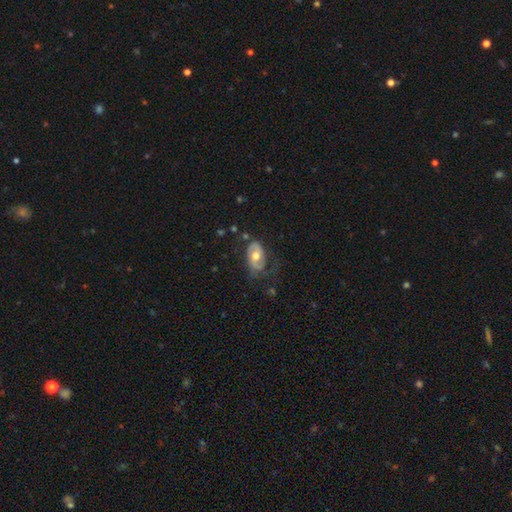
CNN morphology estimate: A featured or disk galaxy (61%) with no bar (71%), spiral arms (65%) and a moderate central bulge (77%).

Vote fractions:
- Smooth or featured? featured or disk: 61% / smooth: 33% / star or artifact: 6%
- Edge-on disk? no: 93% / yes: 7%
- Bar? no: 71% / weak: 22% / strong: 8%
- Spiral arms? yes: 65% / no: 35%
- Bulge size? moderate: 77% / large: 11% / small: 10% / dominant: 1% / none: 1%
- Merging? none: 53% / minor disturbance: 27% / major disturbance: 18% / merger: 2%